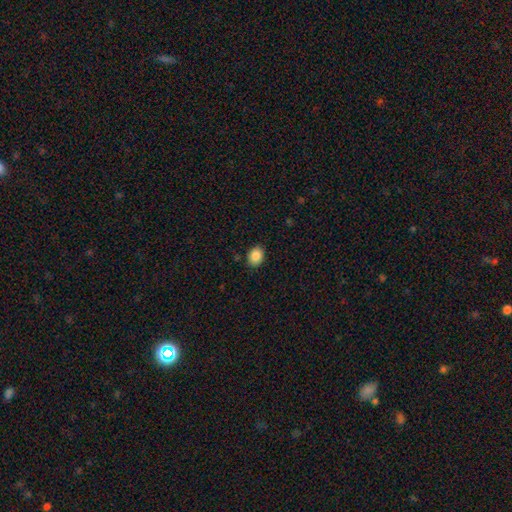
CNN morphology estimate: smooth_or_featured: smooth (p=0.87) [alt: star or artifact p=0.08]
how_rounded: in between (p=0.63) [alt: round p=0.36]
merging: none (p=0.88) [alt: minor disturbance p=0.09]